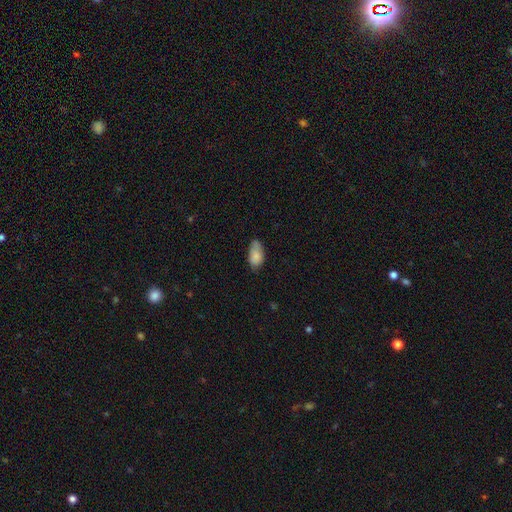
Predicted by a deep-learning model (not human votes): The model was most divided on "merging": none: 50%, minor disturbance: 36%, major disturbance: 8%, merger: 7%. More confident: how rounded — in between (92%); smooth or featured — smooth (81%).